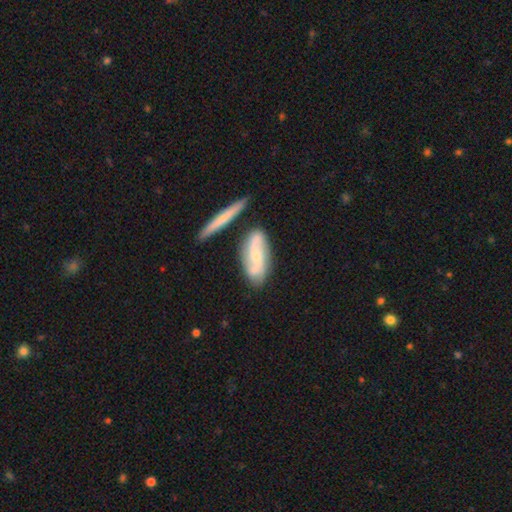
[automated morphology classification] This is likely a featured or disk galaxy (66%). It is clearly not viewed edge-on (86%). Bar: possibly no (50%). Spiral arm pattern: clearly yes (90%). Spiral arm count: clearly 2 (84%). Spiral winding: marginally loose (42%). Central bulge: possibly small (59%). Merging: likely none (69%).